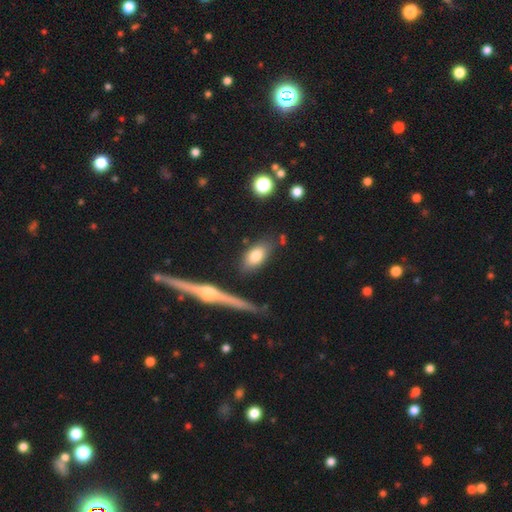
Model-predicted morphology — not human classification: A smooth galaxy with no disk features (77%) that is in between round and cigar-shaped (86%).

Vote fractions:
- Smooth or featured? smooth: 77% / featured or disk: 16% / star or artifact: 7%
- How rounded? in between: 86% / cigar-shaped: 8% / round: 5%
- Merging? none: 78% / minor disturbance: 14% / merger: 5% / major disturbance: 4%